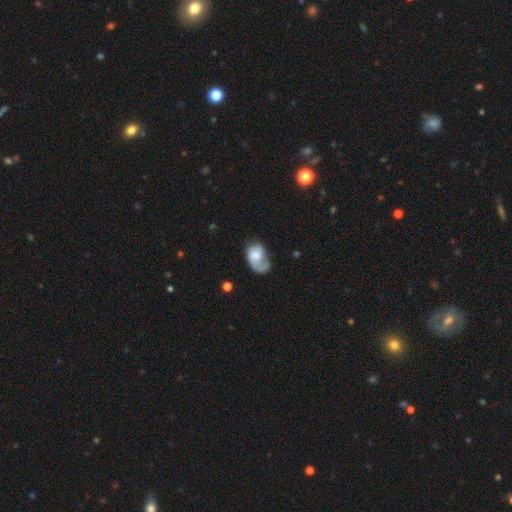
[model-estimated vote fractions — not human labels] Smooth or featured?
  - featured or disk: 52% *
  - smooth: 41%
  - star or artifact: 7%
Edge-on disk?
  - no: 97% *
  - yes: 3%
Bar?
  - no: 66% *
  - weak: 29%
  - strong: 5%
Spiral arms?
  - yes: 81% *
  - no: 19%
Bulge size?
  - moderate: 34% * (tied)
  - small: 34% * (tied)
  - none: 18%
  - large: 12%
  - dominant: 3%
Merging?
  - major disturbance: 38% *
  - none: 31%
  - minor disturbance: 26%
  - merger: 5%